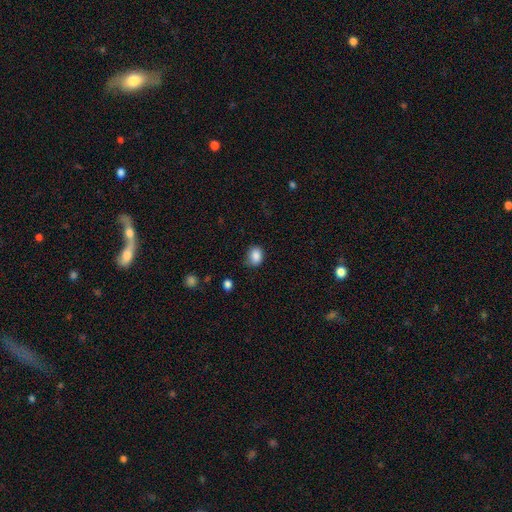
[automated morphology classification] A smooth galaxy with no disk features (87%) that is in between round and cigar-shaped (59%).

Vote fractions:
- Smooth or featured? smooth: 87% / star or artifact: 9% / featured or disk: 4%
- How rounded? in between: 59% / round: 40% / cigar-shaped: 1%
- Merging? none: 70% / minor disturbance: 24% / major disturbance: 5% / merger: 2%